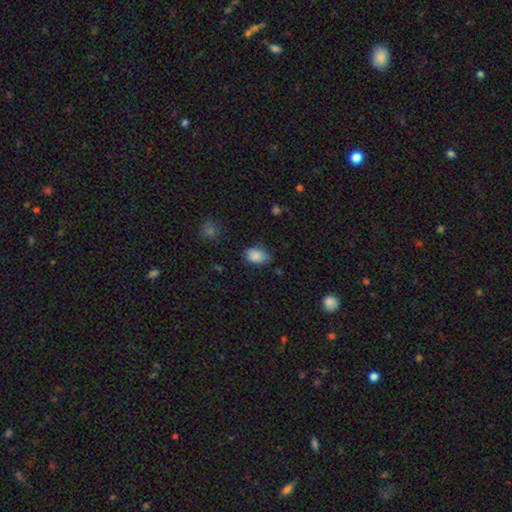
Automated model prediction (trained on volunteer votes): Morphology: type=smooth (87%); roundness=in between (82%); merging=none (68%).